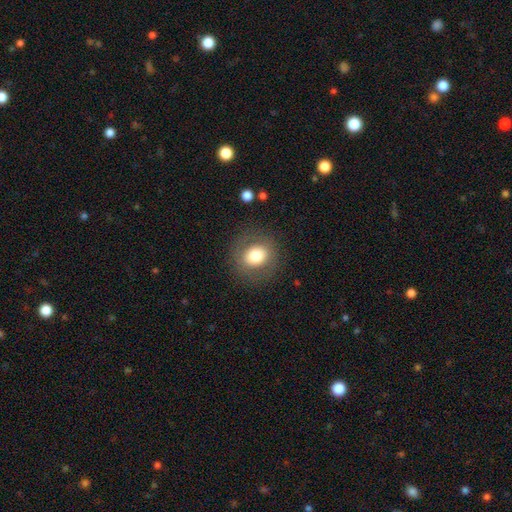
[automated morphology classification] A smooth galaxy with no disk features (72%) that is round (79%).

Vote fractions:
- Smooth or featured? smooth: 72% / featured or disk: 18% / star or artifact: 10%
- How rounded? round: 79% / in between: 20% / cigar-shaped: 1%
- Merging? none: 84% / minor disturbance: 10% / major disturbance: 6% / merger: 1%